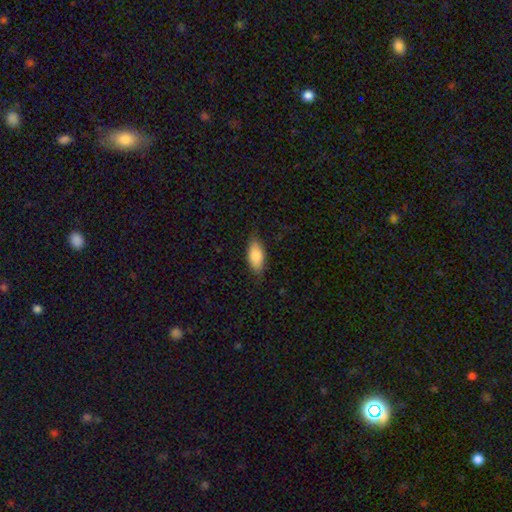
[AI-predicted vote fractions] Smooth or featured?
  - smooth: 83% *
  - featured or disk: 11%
  - star or artifact: 6%
How rounded?
  - in between: 88% *
  - cigar-shaped: 10%
  - round: 2%
Merging?
  - none: 81% *
  - minor disturbance: 15%
  - major disturbance: 3%
  - merger: 1%